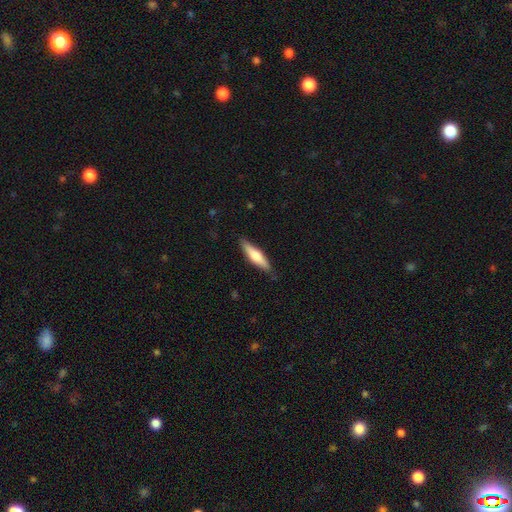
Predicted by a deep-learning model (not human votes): Smooth or featured? Predicted: smooth (p=0.58). How rounded? Predicted: cigar-shaped (p=0.75). Merging? Predicted: none (p=0.85).